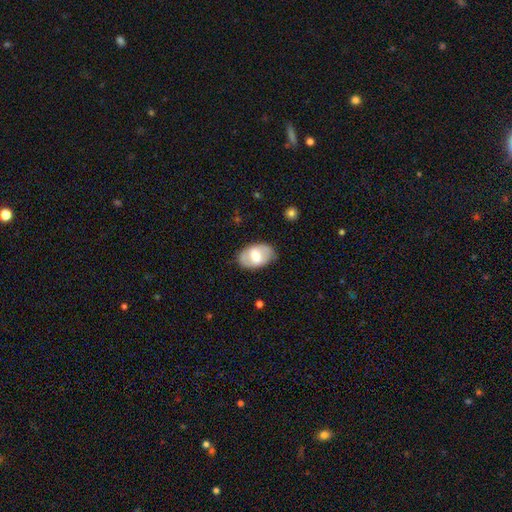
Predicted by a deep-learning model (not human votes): Q: Smooth or featured?
A: smooth (51%); runner-up: featured or disk (43%)
Q: How rounded?
A: in between (90%); runner-up: round (8%)
Q: Merging?
A: none (80%); runner-up: minor disturbance (15%)